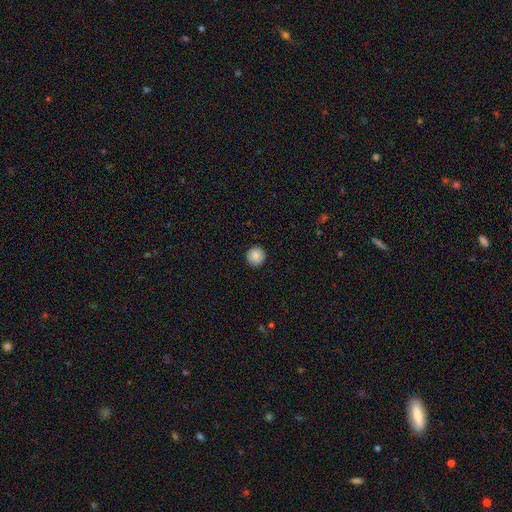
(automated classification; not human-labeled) Smooth or featured? Predicted: smooth (p=0.88). How rounded? Predicted: round (p=0.95). Merging? Predicted: none (p=0.93).